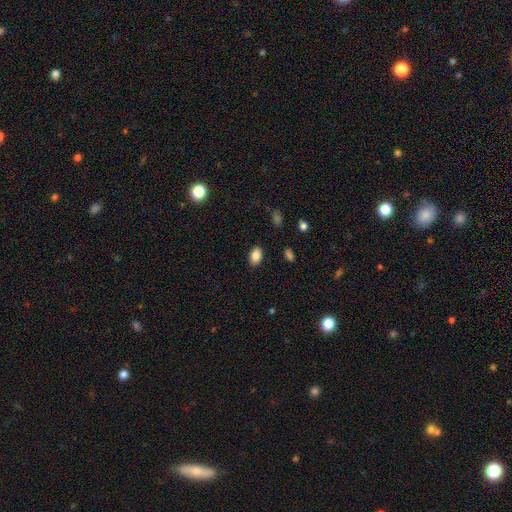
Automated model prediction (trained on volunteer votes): Overall: smooth (86%). How rounded: in between (88%). Merging: none (88%).